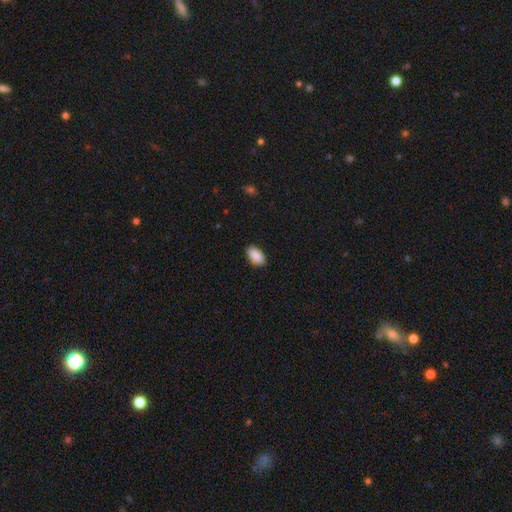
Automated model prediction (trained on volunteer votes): A smooth galaxy with no disk features (91%) that is in between round and cigar-shaped (95%).

Vote fractions:
- Smooth or featured? smooth: 91% / star or artifact: 7% / featured or disk: 3%
- How rounded? in between: 95% / round: 3% / cigar-shaped: 2%
- Merging? none: 89% / minor disturbance: 8% / major disturbance: 2% / merger: 1%